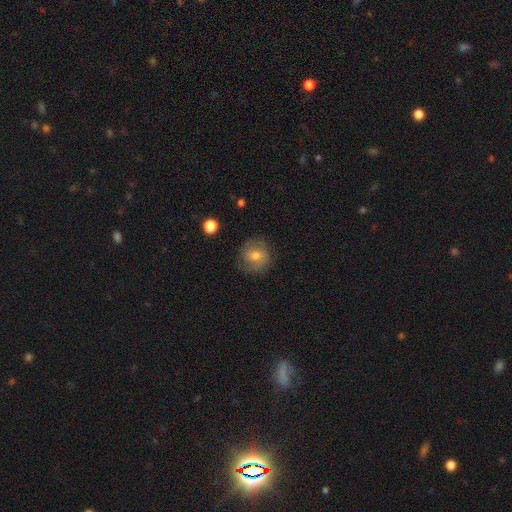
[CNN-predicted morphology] smooth_or_featured: featured or disk (p=0.50) [alt: smooth p=0.41]
merging: none (p=0.77) [alt: minor disturbance p=0.16]